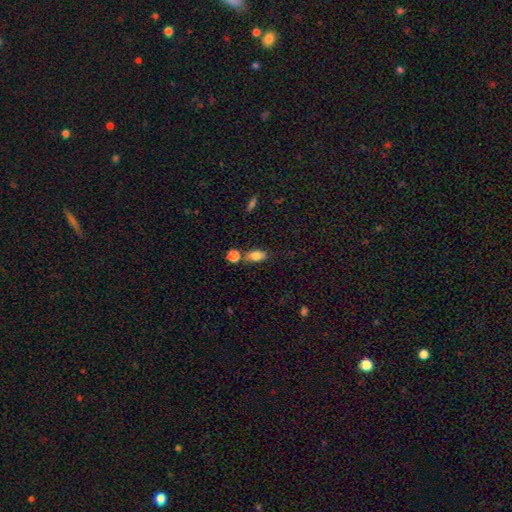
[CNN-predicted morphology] A smooth galaxy with no disk features (81%) that is in between round and cigar-shaped (86%).

Vote fractions:
- Smooth or featured? smooth: 81% / featured or disk: 10% / star or artifact: 9%
- How rounded? in between: 86% / round: 7% / cigar-shaped: 6%
- Merging? none: 68% / minor disturbance: 15% / merger: 13% / major disturbance: 4%